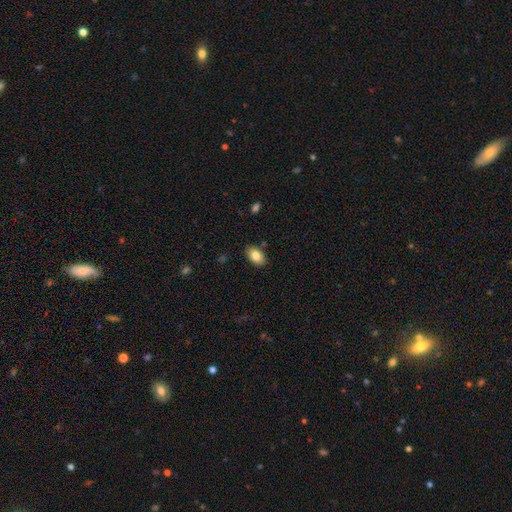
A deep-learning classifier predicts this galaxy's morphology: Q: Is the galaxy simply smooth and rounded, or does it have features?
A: smooth — 83%.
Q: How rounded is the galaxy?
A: in between — 91%.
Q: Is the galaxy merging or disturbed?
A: none — 85%.